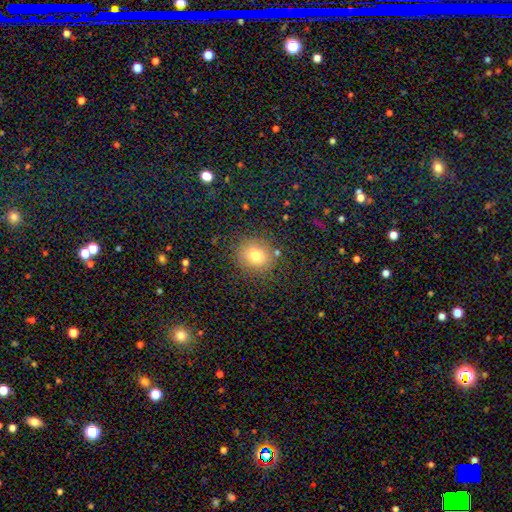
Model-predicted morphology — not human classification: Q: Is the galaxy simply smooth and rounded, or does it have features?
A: smooth — 75%.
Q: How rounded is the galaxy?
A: round — 80%.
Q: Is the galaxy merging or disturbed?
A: none — 82%.